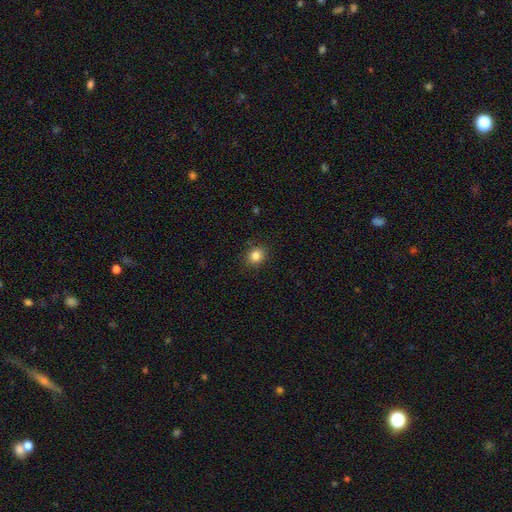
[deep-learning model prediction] Smooth or featured? smooth (84%)
How rounded? round (68%)
Merging? none (89%)